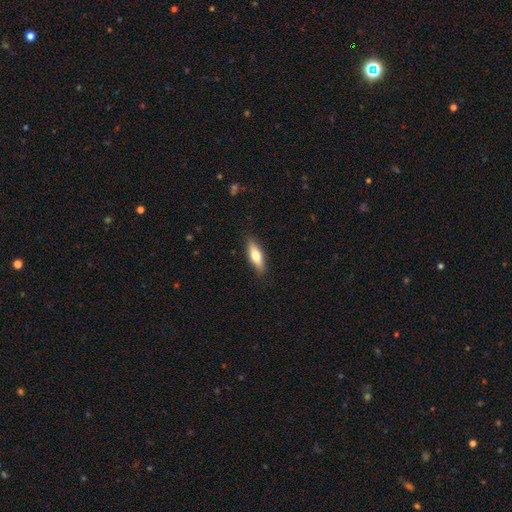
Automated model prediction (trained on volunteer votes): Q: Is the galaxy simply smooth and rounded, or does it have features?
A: smooth — 68%.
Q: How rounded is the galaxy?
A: in between — 52%.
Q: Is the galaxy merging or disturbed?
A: none — 88%.